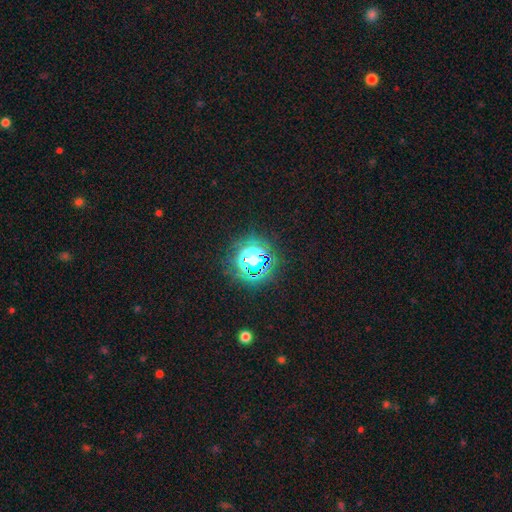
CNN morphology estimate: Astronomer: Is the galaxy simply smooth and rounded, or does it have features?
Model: star or artifact — 78%.